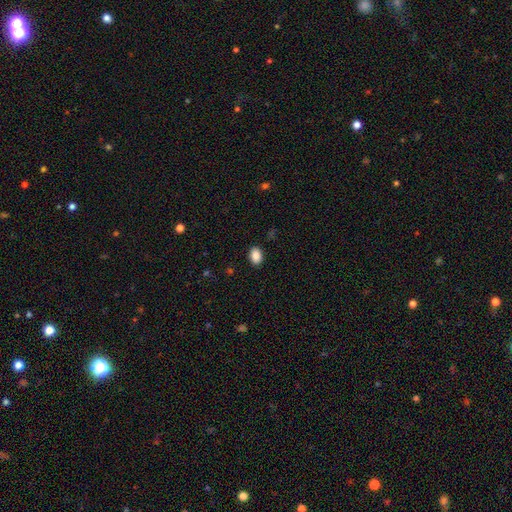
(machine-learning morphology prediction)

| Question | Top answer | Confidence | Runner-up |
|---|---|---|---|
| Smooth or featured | smooth | 89% | star or artifact (8%) |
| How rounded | in between | 82% | round (17%) |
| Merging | none | 89% | minor disturbance (8%) |